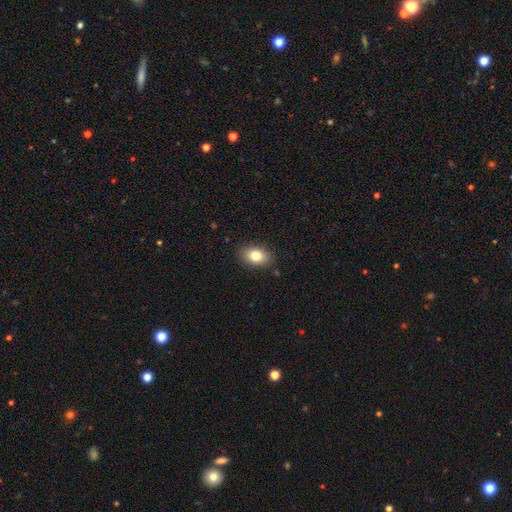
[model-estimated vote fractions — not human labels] smooth_or_featured: smooth (p=0.81) [alt: featured or disk p=0.10]
how_rounded: in between (p=0.82) [alt: round p=0.17]
merging: none (p=0.87) [alt: minor disturbance p=0.10]